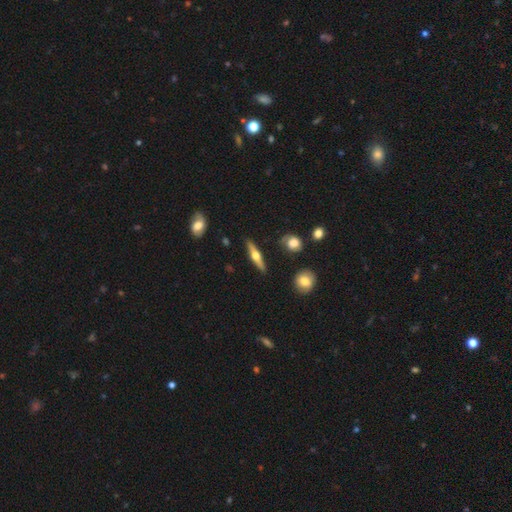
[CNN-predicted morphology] Smooth or featured? Predicted: featured or disk (p=0.70). Edge-on disk? Predicted: yes (p=0.97). Edge-on bulge? Predicted: rounded (p=0.96). Merging? Predicted: none (p=0.88).